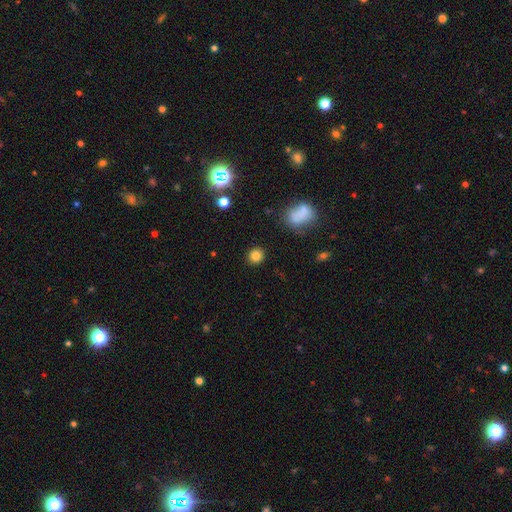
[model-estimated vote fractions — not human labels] Smooth or featured: smooth — 82% (star or artifact — 13%)
How rounded: round — 86% (in between — 13%)
Merging: none — 90% (minor disturbance — 6%)